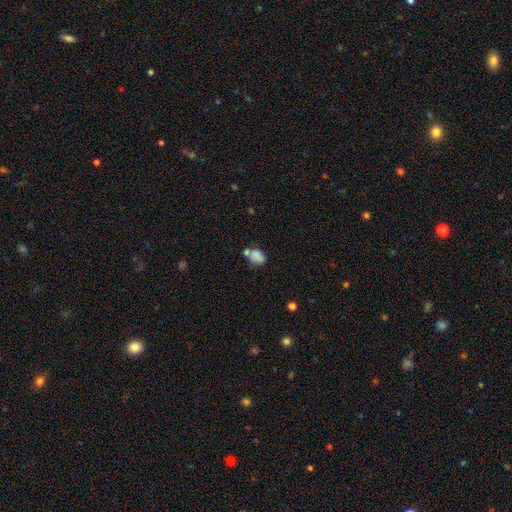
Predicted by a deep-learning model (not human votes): A smooth galaxy with no disk features (75%) that is in between round and cigar-shaped (68%). Merging: none (37%).